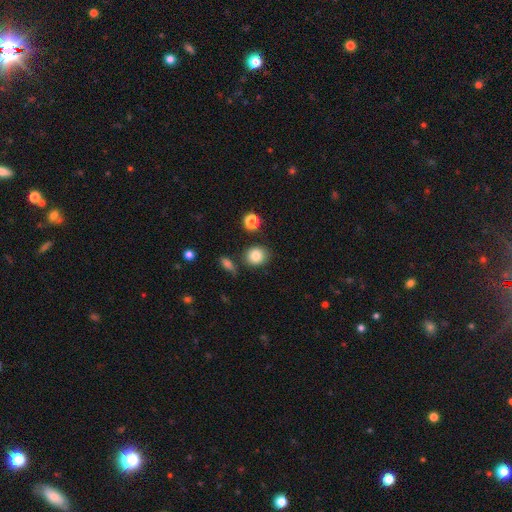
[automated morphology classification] smooth-or-featured: smooth: 84% | star or artifact: 10% | featured or disk: 7%
  how-rounded: round: 76% | in between: 23% | cigar-shaped: 1%
  merging: none: 80% | minor disturbance: 11% | merger: 5% | major disturbance: 3%